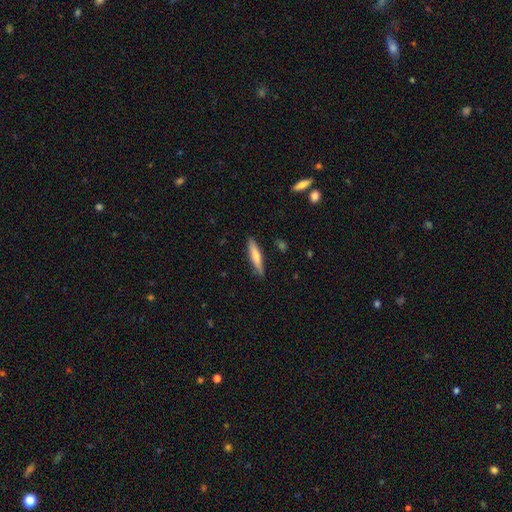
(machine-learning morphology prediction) Smooth or featured? smooth (61%)
How rounded? cigar-shaped (87%)
Merging? none (86%)